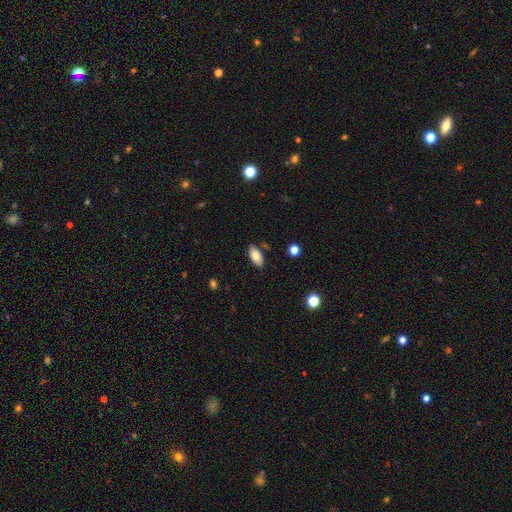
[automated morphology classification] Smooth or featured? Predicted: smooth (p=0.83). How rounded? Predicted: in between (p=0.92). Merging? Predicted: none (p=0.85).